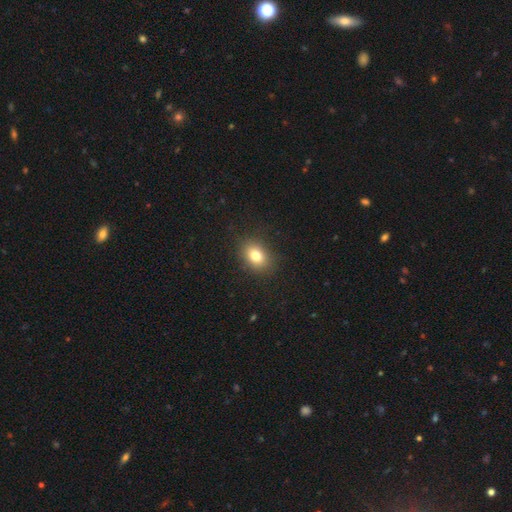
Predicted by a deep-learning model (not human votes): This is likely a smooth galaxy (79%). How rounded: likely in between (62%). Merging: clearly none (88%).